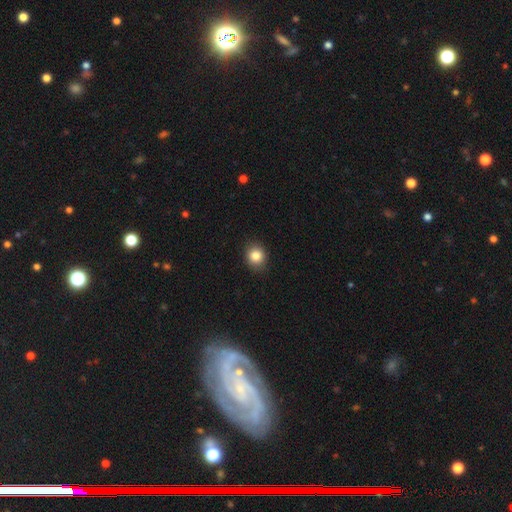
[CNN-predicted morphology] A smooth galaxy with no disk features (84%) that is round (71%). Merging: none (89%).